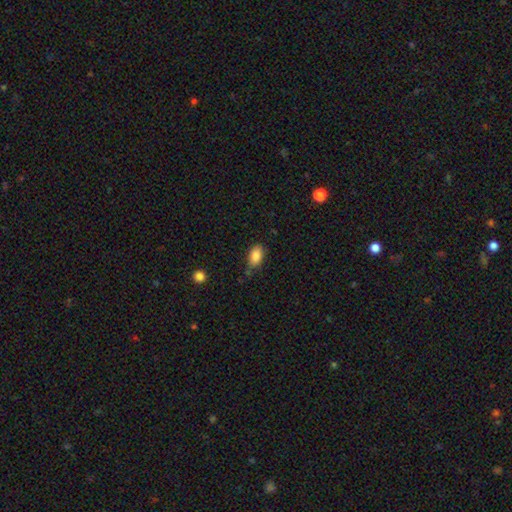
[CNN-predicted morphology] The model was most divided on "merging": none: 71%, minor disturbance: 22%, major disturbance: 4%, merger: 3%. More confident: how rounded — in between (90%); smooth or featured — smooth (86%).